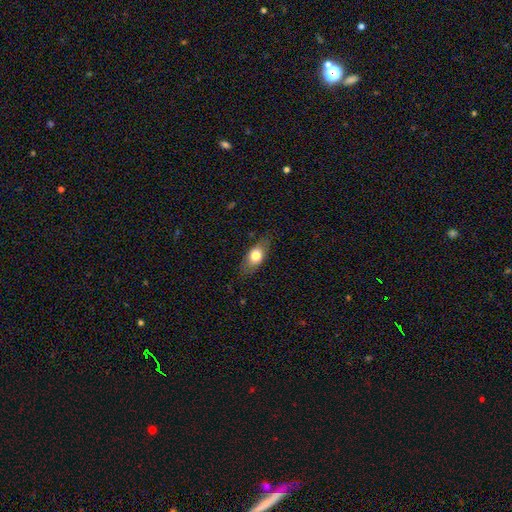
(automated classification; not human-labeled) This appears to be a smooth galaxy with no disk features (73%) that is in between round and cigar-shaped (80%). Merging: none (78%).